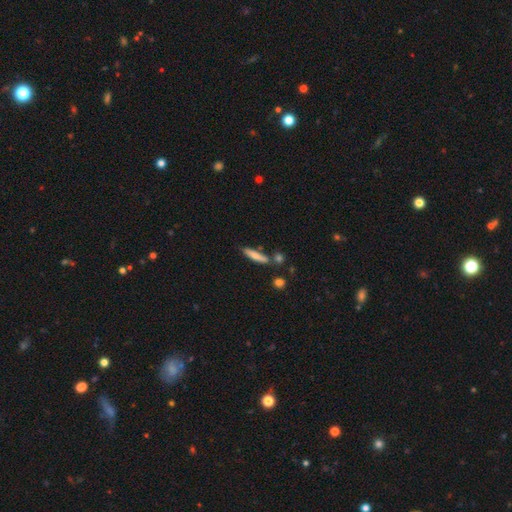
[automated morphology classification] Smooth or featured: smooth — 71% (featured or disk — 22%)
How rounded: cigar-shaped — 83% (in between — 15%)
Merging: none — 74% (minor disturbance — 14%)